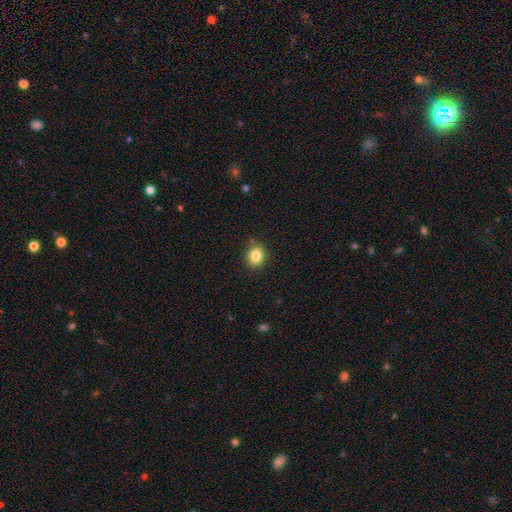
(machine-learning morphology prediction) smooth_or_featured: smooth (p=0.83) [alt: star or artifact p=0.10]
how_rounded: round (p=0.63) [alt: in between p=0.36]
merging: none (p=0.86) [alt: minor disturbance p=0.10]